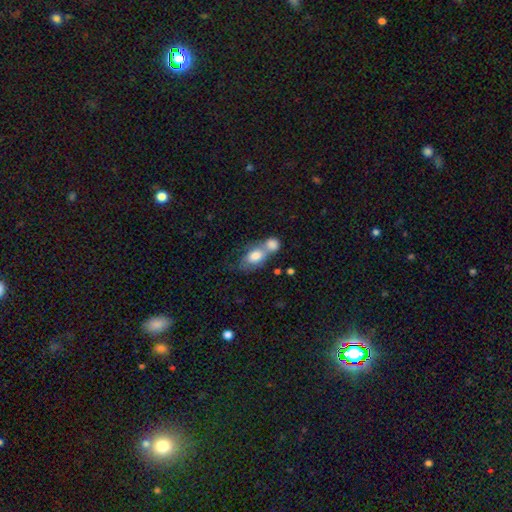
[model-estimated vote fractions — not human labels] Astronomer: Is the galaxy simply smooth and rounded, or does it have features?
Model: smooth — 76%.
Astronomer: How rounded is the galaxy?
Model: in between — 81%.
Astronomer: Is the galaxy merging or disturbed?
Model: merger — 64%.